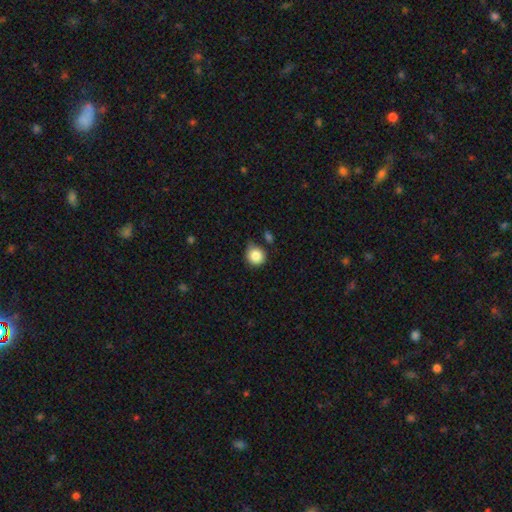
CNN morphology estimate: A smooth galaxy with no disk features (85%) that is round (89%).

Vote fractions:
- Smooth or featured? smooth: 85% / star or artifact: 9% / featured or disk: 6%
- How rounded? round: 89% / in between: 10% / cigar-shaped: 1%
- Merging? none: 66% / minor disturbance: 23% / merger: 6% / major disturbance: 5%